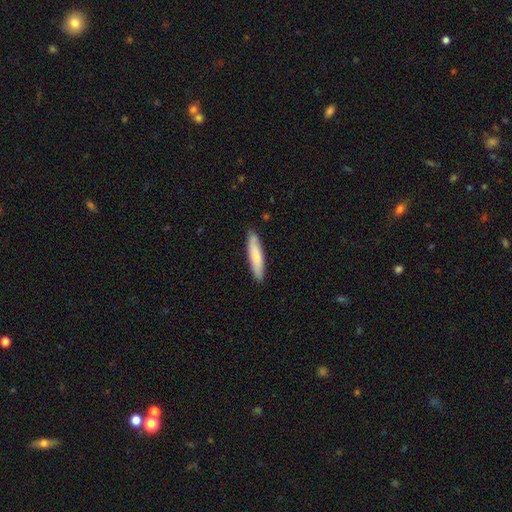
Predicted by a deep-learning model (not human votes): Q: Smooth or featured?
A: smooth (77%); runner-up: featured or disk (18%)
Q: How rounded?
A: cigar-shaped (84%); runner-up: in between (15%)
Q: Merging?
A: none (87%); runner-up: minor disturbance (10%)